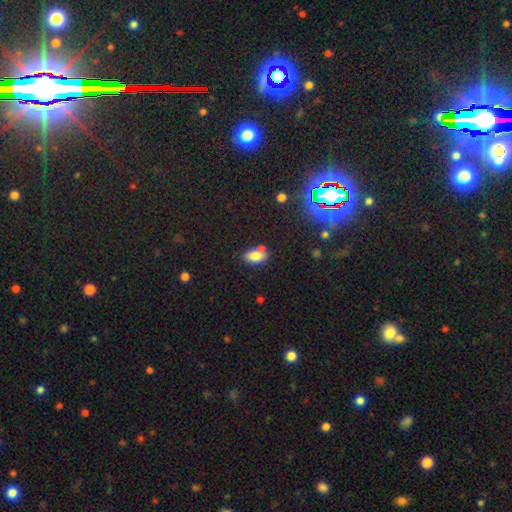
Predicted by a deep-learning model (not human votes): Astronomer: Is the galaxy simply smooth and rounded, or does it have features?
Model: smooth — 79%.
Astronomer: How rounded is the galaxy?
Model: in between — 88%.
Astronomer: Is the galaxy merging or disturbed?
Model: none — 62%.